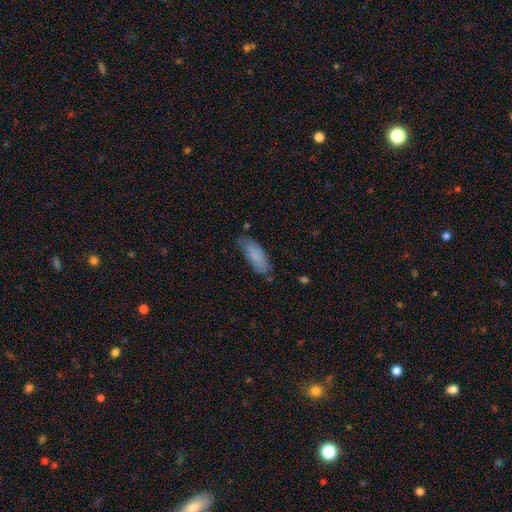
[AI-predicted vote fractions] This appears to be a smooth galaxy with no disk features (82%) that is in between round and cigar-shaped (77%). Merging: none (68%).